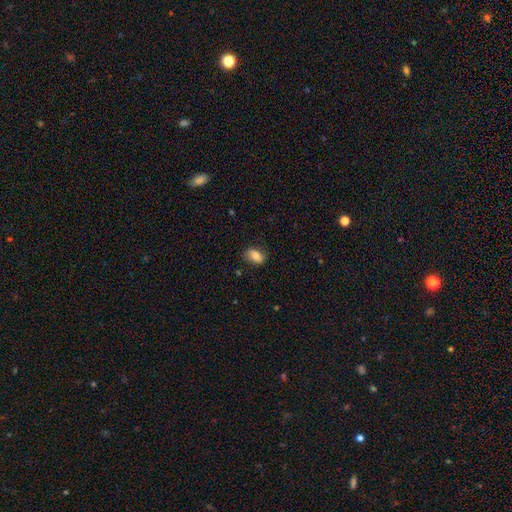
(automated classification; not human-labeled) smooth_or_featured: smooth (p=0.76) [alt: featured or disk p=0.16]
how_rounded: in between (p=0.87) [alt: round p=0.11]
merging: none (p=0.75) [alt: minor disturbance p=0.19]